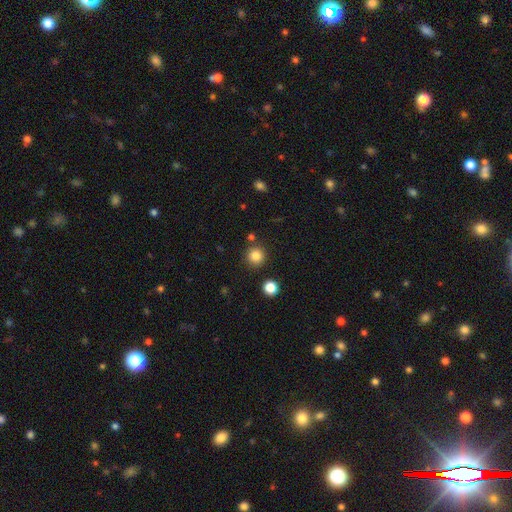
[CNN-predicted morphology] smooth 83%, star or artifact 12%, featured or disk 5%. Down the decision tree: how rounded — round (93%); merging — none (86%).